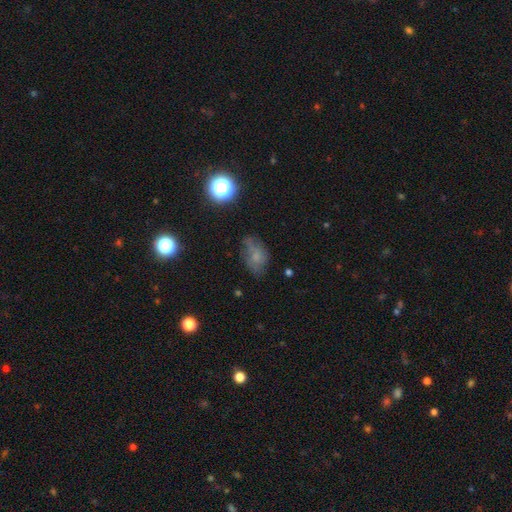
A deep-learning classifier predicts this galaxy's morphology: smooth_or_featured: smooth (p=0.56) [alt: featured or disk p=0.27]
how_rounded: in between (p=0.80) [alt: round p=0.18]
merging: none (p=0.52) [alt: minor disturbance p=0.28]